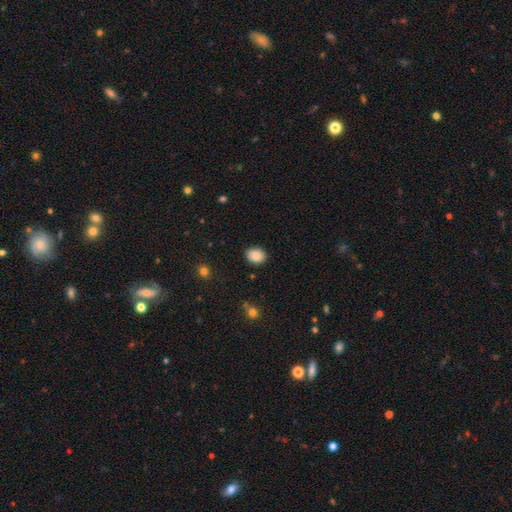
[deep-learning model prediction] Smooth or featured?
  - smooth: 88% *
  - star or artifact: 8%
  - featured or disk: 4%
How rounded?
  - in between: 62% *
  - round: 37%
  - cigar-shaped: 1%
Merging?
  - none: 86% *
  - minor disturbance: 10%
  - major disturbance: 2%
  - merger: 1%